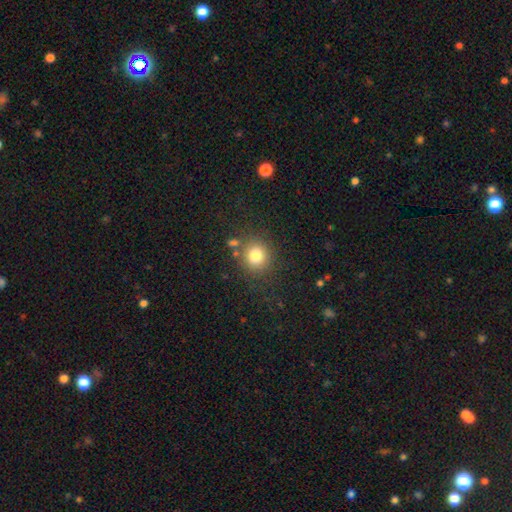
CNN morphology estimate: The model was most divided on "smooth or featured": smooth: 80%, star or artifact: 13%, featured or disk: 8%. More confident: how rounded — round (87%); merging — none (80%).